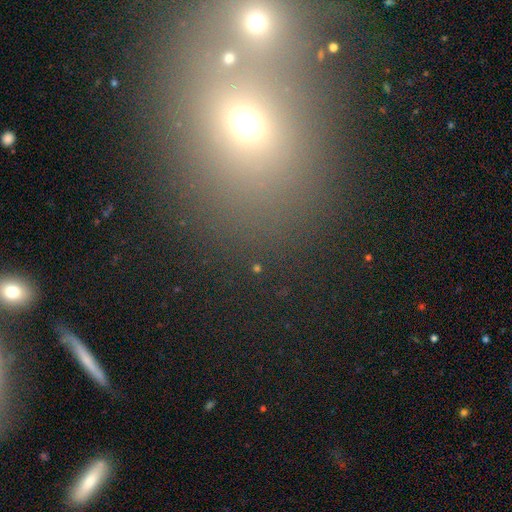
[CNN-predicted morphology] Q: Smooth or featured?
A: smooth (53%); runner-up: star or artifact (31%)
Q: How rounded?
A: round (55%); runner-up: in between (43%)
Q: Merging?
A: none (54%); runner-up: merger (31%)